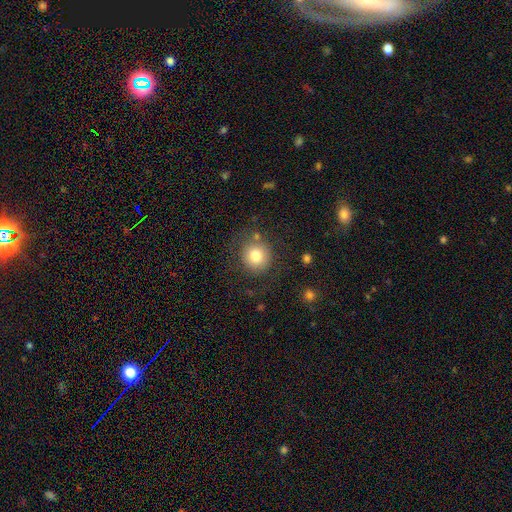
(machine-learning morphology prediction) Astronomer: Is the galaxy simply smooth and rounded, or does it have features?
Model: smooth — 78%.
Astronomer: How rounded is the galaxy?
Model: round — 90%.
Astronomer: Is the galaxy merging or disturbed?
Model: none — 78%.